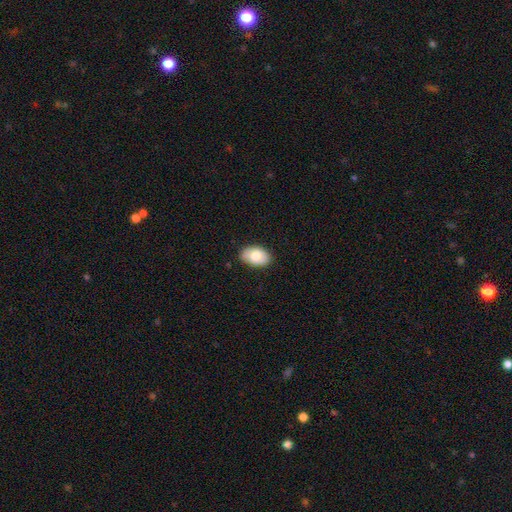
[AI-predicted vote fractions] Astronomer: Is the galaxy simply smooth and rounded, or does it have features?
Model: smooth — 77%.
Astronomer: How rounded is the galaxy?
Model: in between — 90%.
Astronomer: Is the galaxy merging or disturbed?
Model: none — 83%.